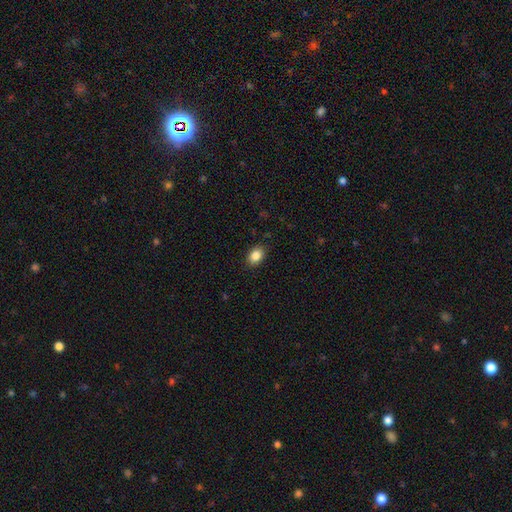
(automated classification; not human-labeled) smooth_or_featured: smooth (p=0.86) [alt: star or artifact p=0.09]
how_rounded: in between (p=0.74) [alt: round p=0.25]
merging: none (p=0.88) [alt: minor disturbance p=0.09]